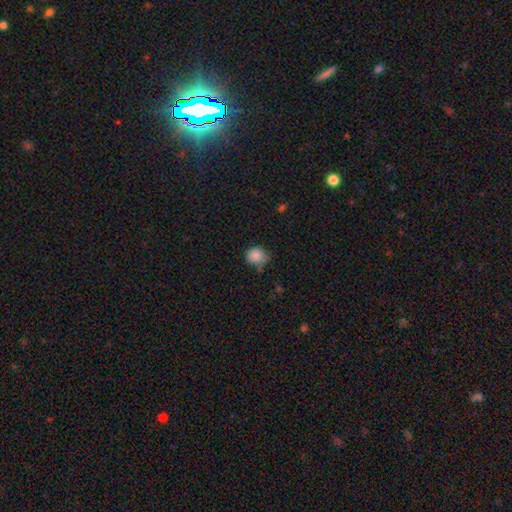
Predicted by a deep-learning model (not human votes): Smooth or featured?
  - smooth: 85% *
  - star or artifact: 10%
  - featured or disk: 5%
How rounded?
  - round: 77% *
  - in between: 23%
  - cigar-shaped: 1%
Merging?
  - none: 57% *
  - minor disturbance: 32%
  - major disturbance: 7%
  - merger: 5%